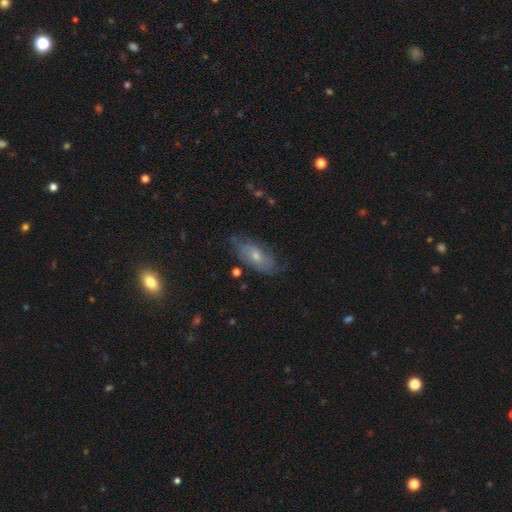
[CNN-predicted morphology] smooth-or-featured: featured or disk: 47% | smooth: 41% | star or artifact: 12%
  merging: none: 74% | minor disturbance: 19% | major disturbance: 5% | merger: 2%